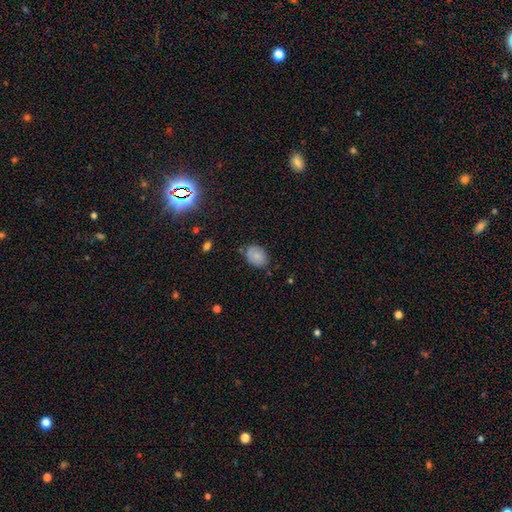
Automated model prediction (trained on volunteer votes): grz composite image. It shows a smooth galaxy with no disk features (76%) that is in between round and cigar-shaped (78%). Merging: none (73%).